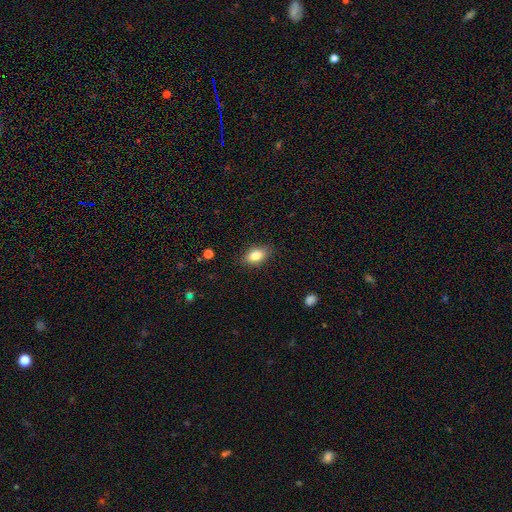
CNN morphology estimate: type=smooth (82%); roundness=in between (85%); merging=none (86%).